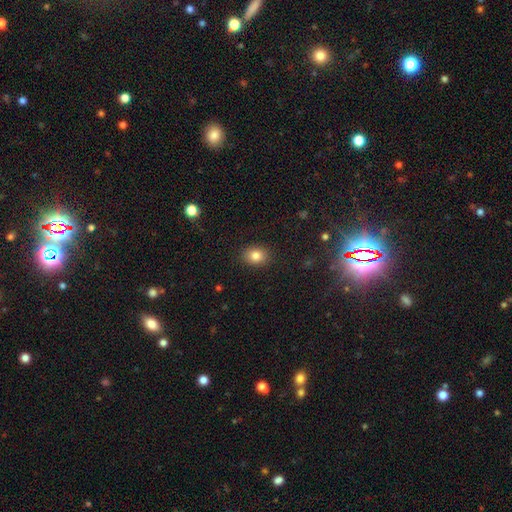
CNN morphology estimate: Smooth or featured?
  - smooth: 83% *
  - star or artifact: 10%
  - featured or disk: 7%
How rounded?
  - in between: 53% *
  - round: 46%
  - cigar-shaped: 1%
Merging?
  - none: 88% *
  - minor disturbance: 8%
  - major disturbance: 2%
  - merger: 1%